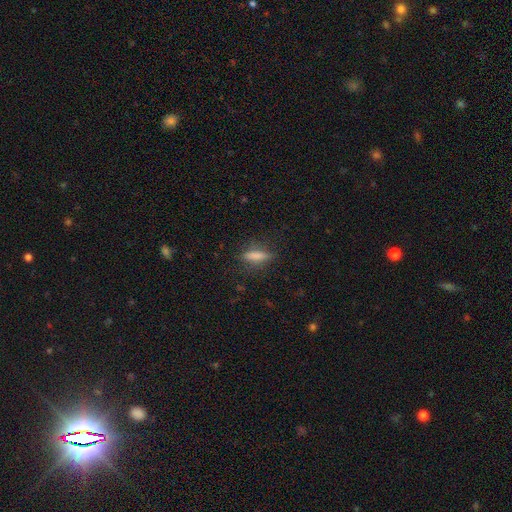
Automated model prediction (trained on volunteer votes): Smooth or featured? smooth (68%)
How rounded? cigar-shaped (74%)
Merging? none (84%)